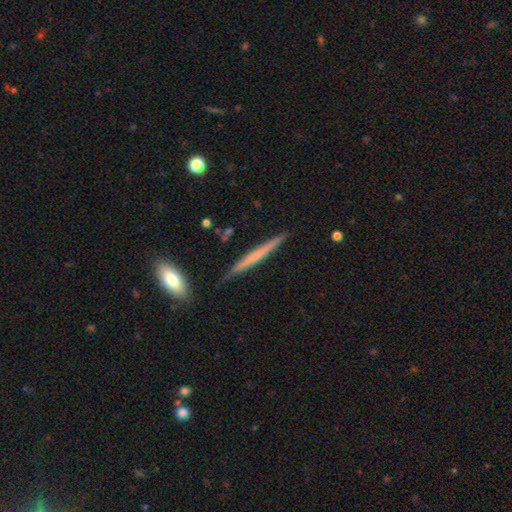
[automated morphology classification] featured or disk 48%, smooth 47%, star or artifact 6%. Down the decision tree: merging — none (89%).